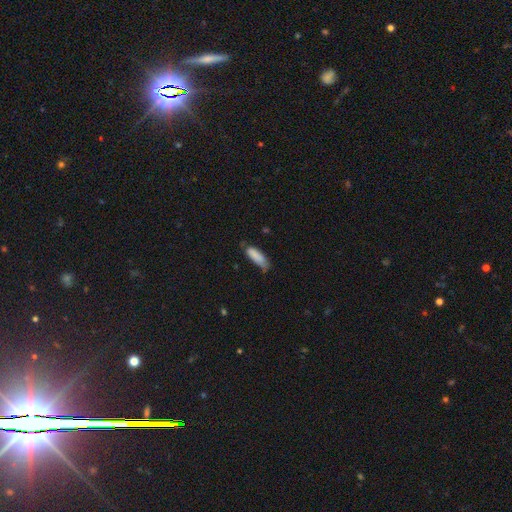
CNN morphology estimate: Overall: smooth (85%). How rounded: cigar-shaped (51%; in between 48%). Merging: none (58%; minor disturbance 32%).